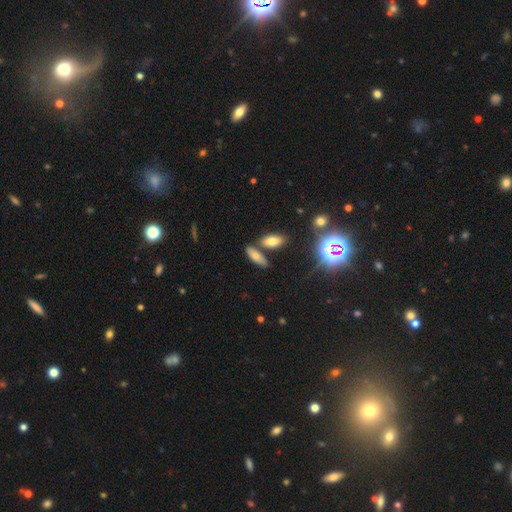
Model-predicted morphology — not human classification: Overall: smooth (69%). How rounded: in between (67%; cigar-shaped 29%). Merging: none (65%).